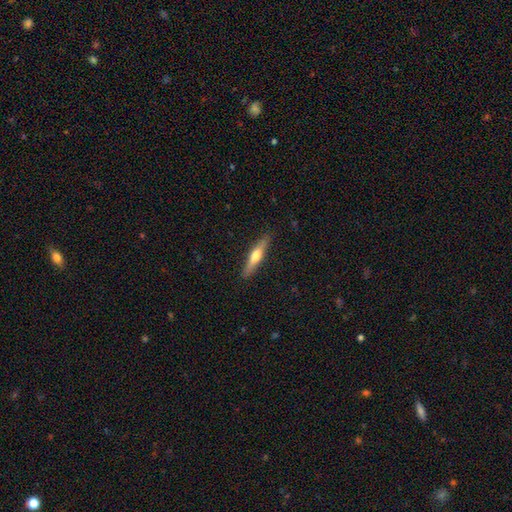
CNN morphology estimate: A featured or disk galaxy (51%) viewed edge-on (95%). Merging: none (89%).